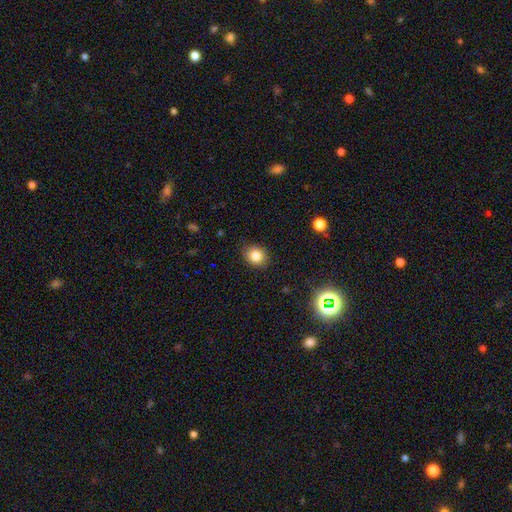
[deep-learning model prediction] This appears to be a smooth galaxy with no disk features (83%) that is round (64%). Merging: none (87%).